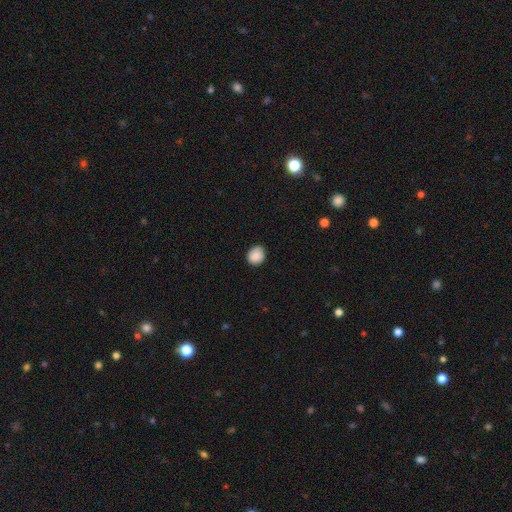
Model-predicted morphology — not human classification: A smooth galaxy with no disk features (88%) that is round (74%). Merging: none (83%).